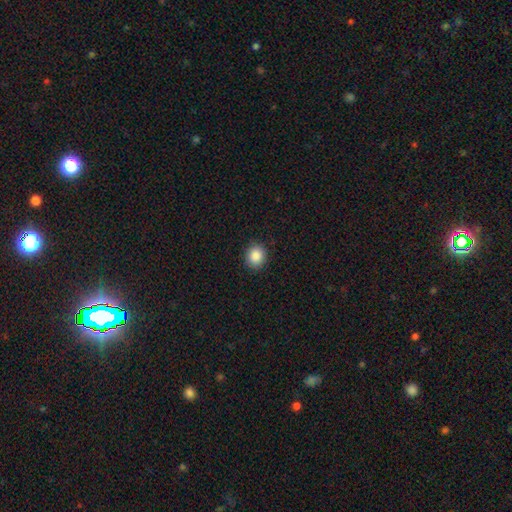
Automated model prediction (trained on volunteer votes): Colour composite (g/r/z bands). It shows a smooth galaxy with no disk features (87%) that is round (75%). Merging: none (90%).